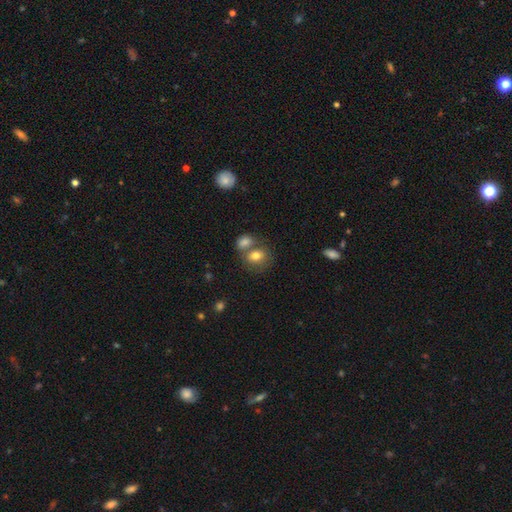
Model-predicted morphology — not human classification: smooth 78%, featured or disk 12%, star or artifact 9%. Down the decision tree: how rounded — in between (62%); merging — none (43%).